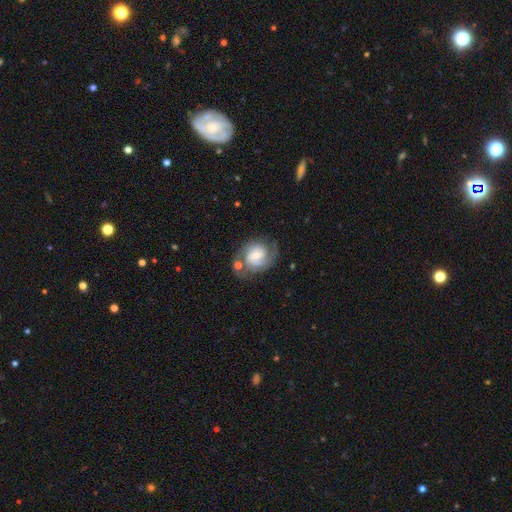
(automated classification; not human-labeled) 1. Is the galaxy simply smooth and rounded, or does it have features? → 77% featured or disk, 17% smooth, 6% star or artifact.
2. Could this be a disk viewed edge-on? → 97% no, 3% yes.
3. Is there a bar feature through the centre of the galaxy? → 46% weak, 43% no, 12% strong.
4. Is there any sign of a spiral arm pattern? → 92% yes, 8% no.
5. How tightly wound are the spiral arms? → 46% tight, 41% medium, 13% loose.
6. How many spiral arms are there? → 64% 2, 17% can't tell, 9% 3, 6% 1, 2% 4, 2% more than 4.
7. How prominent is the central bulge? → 49% moderate, 43% small, 5% large, 2% none, 1% dominant.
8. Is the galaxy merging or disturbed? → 58% none, 19% minor disturbance, 11% merger, 11% major disturbance.